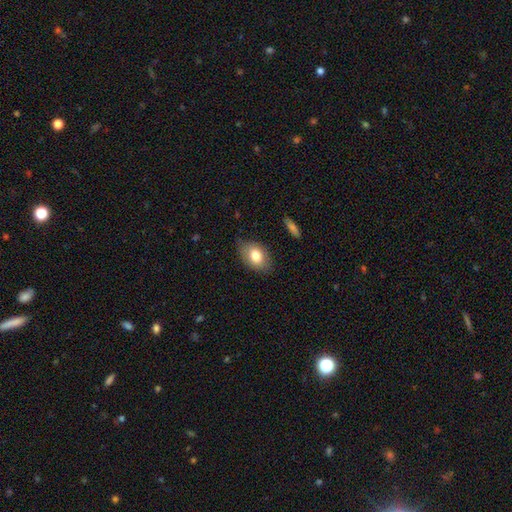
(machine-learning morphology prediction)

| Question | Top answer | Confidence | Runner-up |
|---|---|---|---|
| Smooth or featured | smooth | 78% | featured or disk (14%) |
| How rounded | in between | 85% | round (14%) |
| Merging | none | 79% | minor disturbance (17%) |